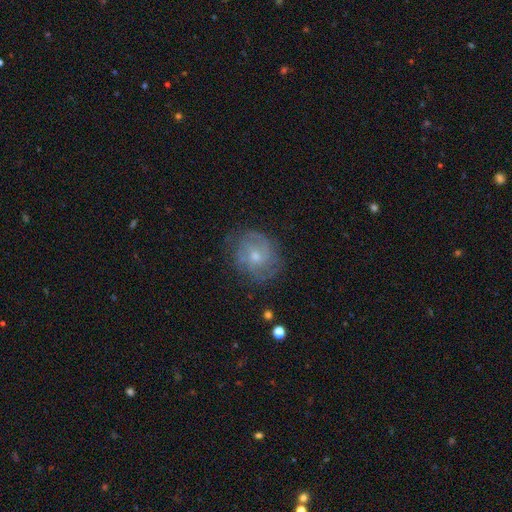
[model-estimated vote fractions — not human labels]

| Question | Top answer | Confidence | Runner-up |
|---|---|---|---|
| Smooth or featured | featured or disk | 58% | smooth (34%) |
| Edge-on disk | no | 97% | yes (3%) |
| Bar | no | 66% | weak (30%) |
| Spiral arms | yes | 70% | no (30%) |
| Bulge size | small | 48% | moderate (46%) |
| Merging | none | 68% | minor disturbance (21%) |